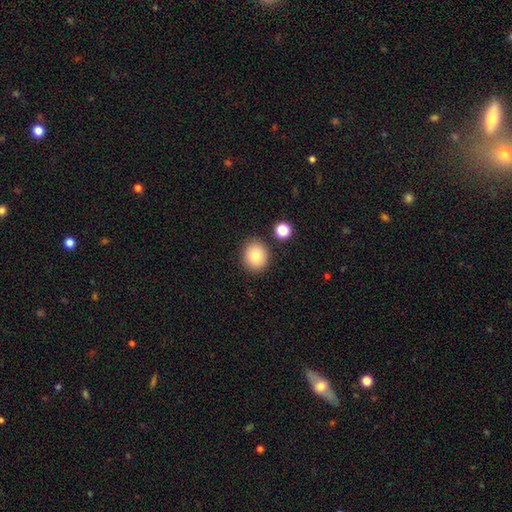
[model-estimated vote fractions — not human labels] The model was most divided on "how rounded": round: 78%, in between: 22%, cigar-shaped: 1%. More confident: merging — none (85%); smooth or featured — smooth (80%).